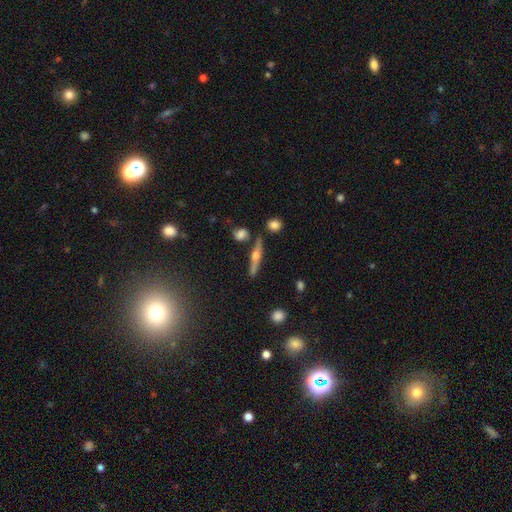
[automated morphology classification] featured or disk 72%, smooth 20%, star or artifact 8%. Down the decision tree: edge-on disk — yes (96%); edge-on bulge — rounded (94%); merging — none (81%).